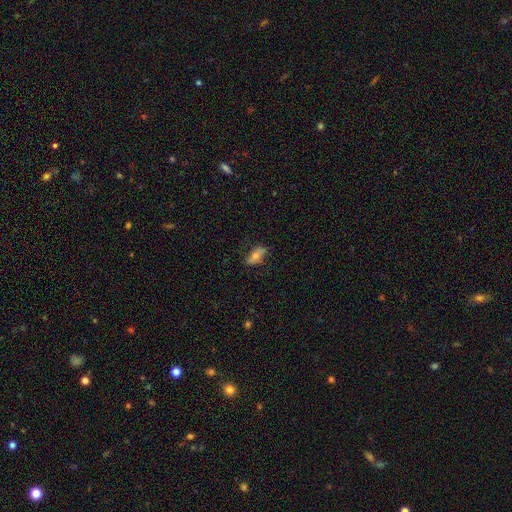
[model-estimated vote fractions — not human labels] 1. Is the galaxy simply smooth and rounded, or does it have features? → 58% smooth, 34% featured or disk, 8% star or artifact.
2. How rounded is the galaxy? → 76% in between, 19% cigar-shaped, 5% round.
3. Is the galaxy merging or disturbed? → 75% none, 19% minor disturbance, 5% major disturbance, 1% merger.